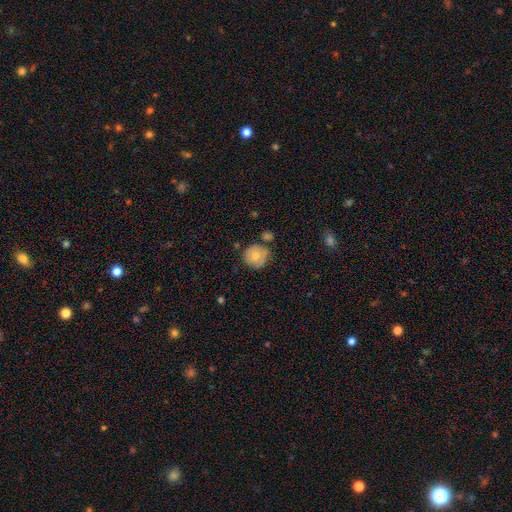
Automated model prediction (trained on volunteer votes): smooth-or-featured: smooth: 71% | featured or disk: 21% | star or artifact: 8%
  how-rounded: round: 89% | in between: 10% | cigar-shaped: 1%
  merging: none: 63% | minor disturbance: 23% | merger: 9% | major disturbance: 5%